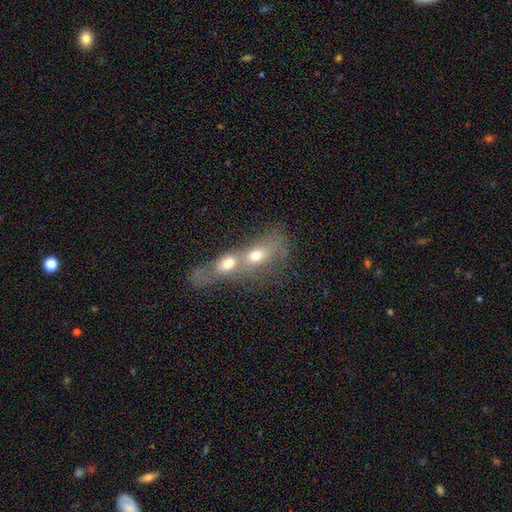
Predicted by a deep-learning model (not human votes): Morphology: type=smooth (47%); merging=merger (57%).